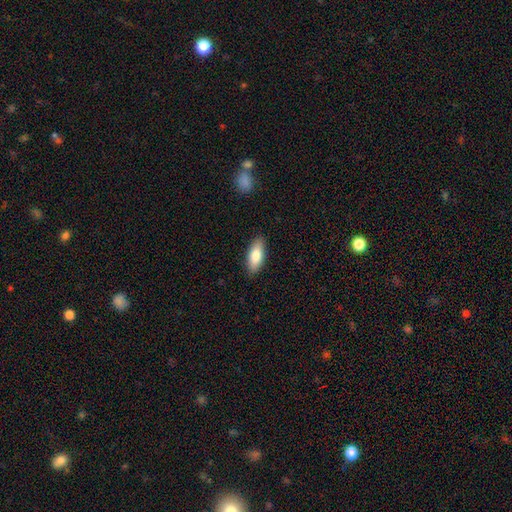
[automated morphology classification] This is clearly a smooth galaxy (80%). How rounded: likely in between (79%). Merging: clearly none (88%).